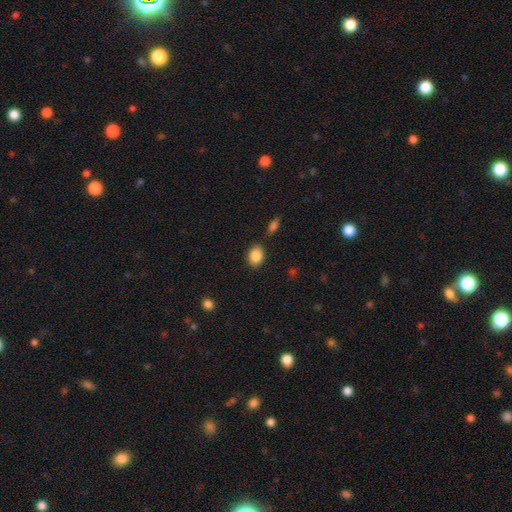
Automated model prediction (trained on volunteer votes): A smooth galaxy with no disk features (87%) that is in between round and cigar-shaped (67%). Merging: none (79%).